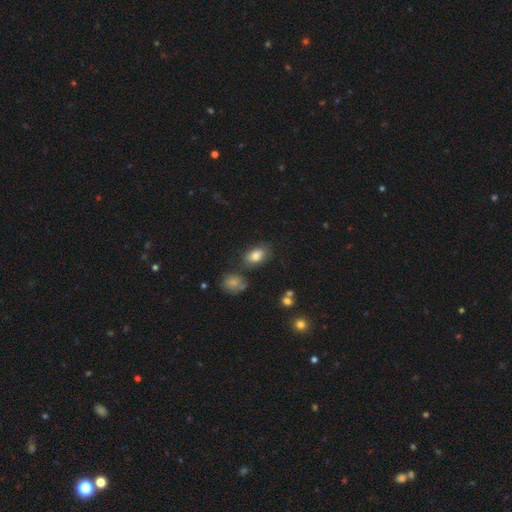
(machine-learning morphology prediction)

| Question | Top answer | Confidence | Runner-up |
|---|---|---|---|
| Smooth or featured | smooth | 81% | featured or disk (10%) |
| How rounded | in between | 88% | round (10%) |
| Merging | none | 72% | minor disturbance (16%) |